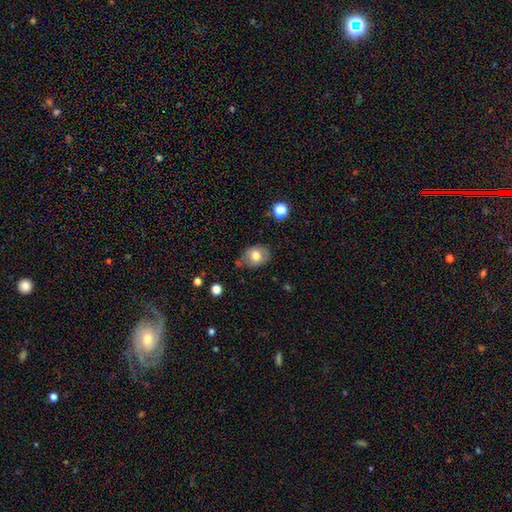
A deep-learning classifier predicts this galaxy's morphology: Smooth or featured? Predicted: smooth (p=0.74). How rounded? Predicted: in between (p=0.56). Merging? Predicted: none (p=0.65).